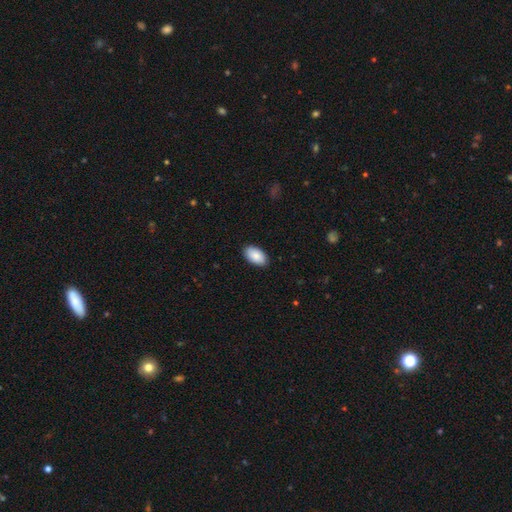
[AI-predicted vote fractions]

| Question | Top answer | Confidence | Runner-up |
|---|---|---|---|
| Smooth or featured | smooth | 89% | star or artifact (6%) |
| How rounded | in between | 96% | round (3%) |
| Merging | none | 89% | minor disturbance (8%) |